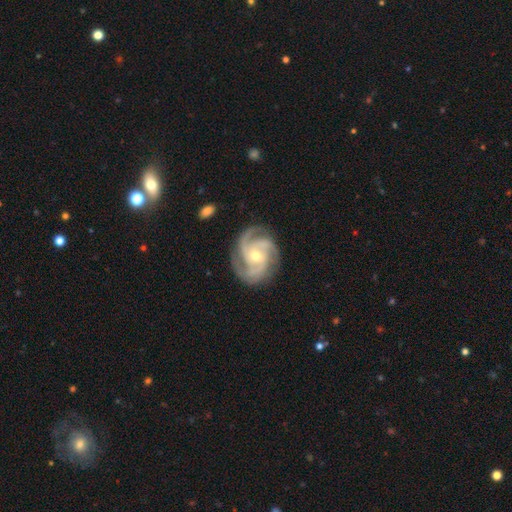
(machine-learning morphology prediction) Overall: featured or disk (93%). Edge-on disk: no (98%). Bar: no (62%; weak 30%). Spiral arms: yes (99%). Spiral arm count: 3 (68%). Spiral winding: tight (53%; medium 42%). Bulge size: moderate (54%; small 43%). Merging: none (80%).